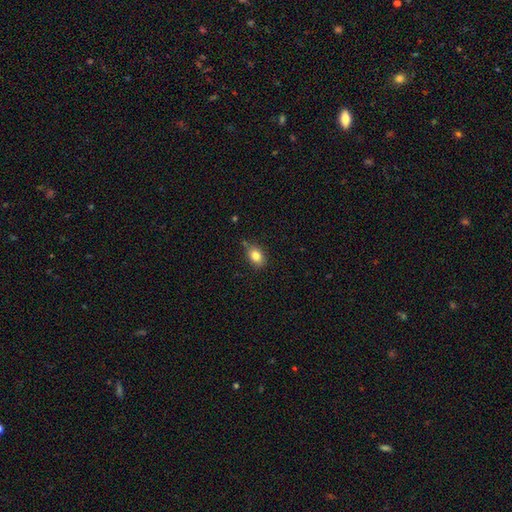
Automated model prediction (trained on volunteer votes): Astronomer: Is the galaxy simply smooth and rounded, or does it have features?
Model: smooth — 84%.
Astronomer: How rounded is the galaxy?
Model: in between — 76%.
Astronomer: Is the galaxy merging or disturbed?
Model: none — 73%.